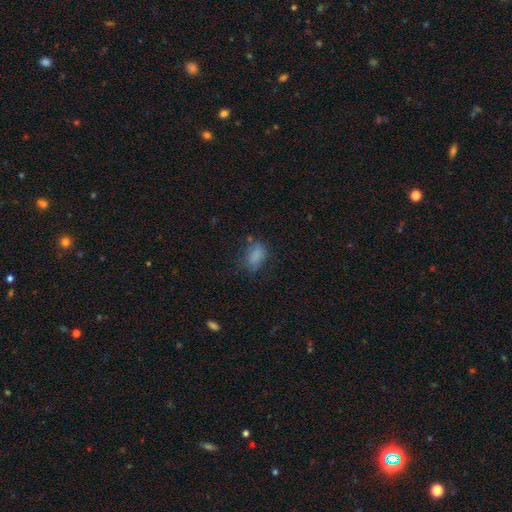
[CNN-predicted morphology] Smooth or featured: smooth — 77% (star or artifact — 12%)
How rounded: in between — 85% (round — 12%)
Merging: none — 56% (minor disturbance — 26%)